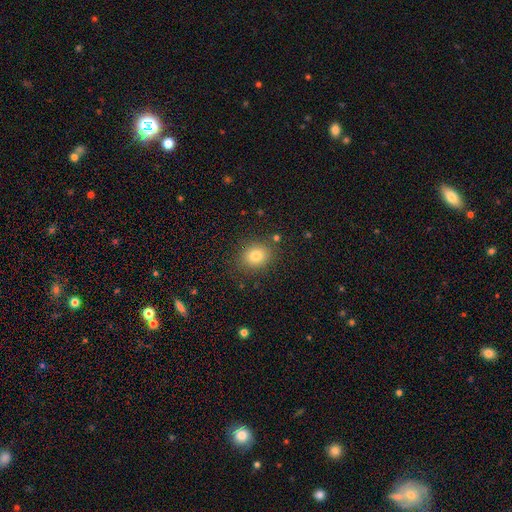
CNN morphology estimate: A smooth galaxy with no disk features (81%) that is round (60%). Merging: none (84%).